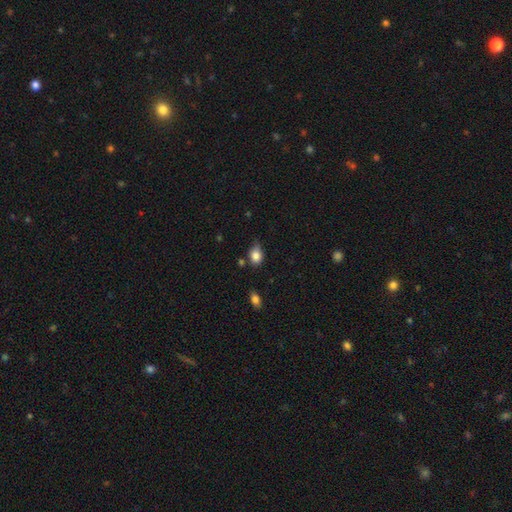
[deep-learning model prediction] smooth 84%, star or artifact 9%, featured or disk 7%. Down the decision tree: how rounded — in between (66%); merging — none (53%).